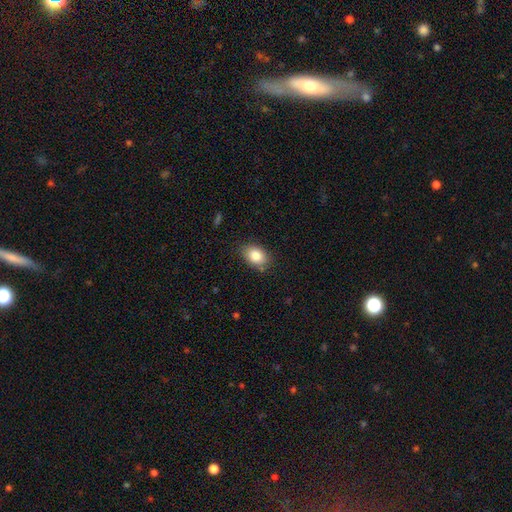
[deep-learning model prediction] Smooth or featured? smooth (84%)
How rounded? in between (79%)
Merging? none (80%)